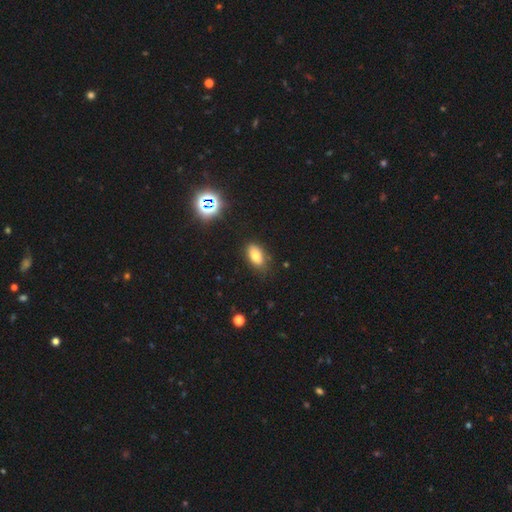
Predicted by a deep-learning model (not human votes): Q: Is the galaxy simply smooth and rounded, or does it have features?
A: smooth — 74%.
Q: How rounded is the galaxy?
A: in between — 90%.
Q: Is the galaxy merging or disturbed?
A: none — 79%.